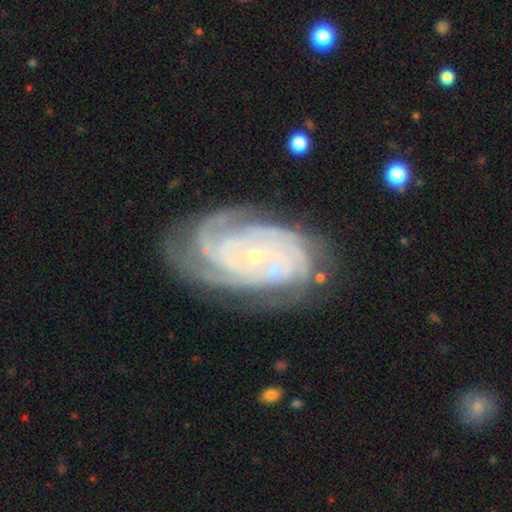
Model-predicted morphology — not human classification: A featured or disk galaxy (90%) with no bar (73%), 4 (28%) tight (79%) spiral arms (98%) and a small central bulge (84%). Merging: none (71%).